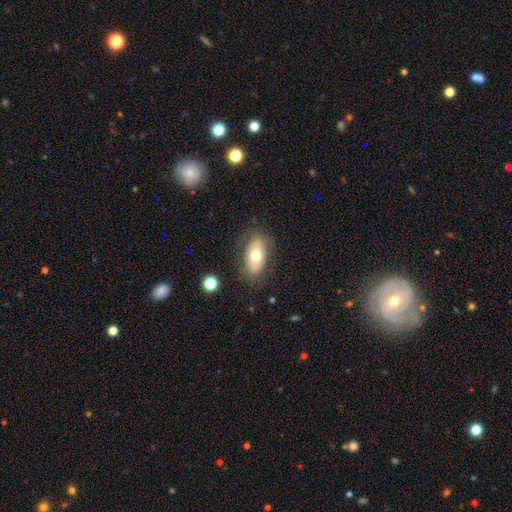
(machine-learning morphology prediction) smooth_or_featured: smooth (p=0.63) [alt: featured or disk p=0.30]
how_rounded: in between (p=0.91) [alt: round p=0.06]
merging: none (p=0.80) [alt: minor disturbance p=0.13]